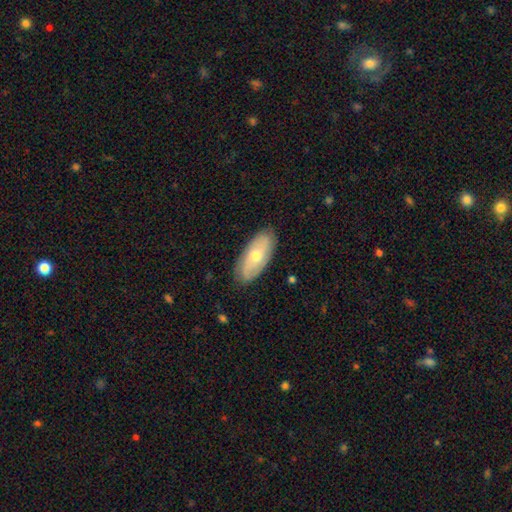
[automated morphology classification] This is possibly a smooth galaxy (49%). Merging: clearly none (84%).